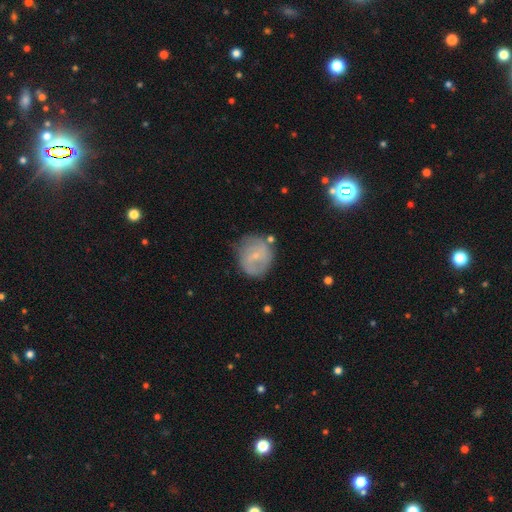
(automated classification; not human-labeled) Q: Smooth or featured?
A: featured or disk (53%); runner-up: smooth (37%)
Q: Edge-on disk?
A: no (97%); runner-up: yes (3%)
Q: Bar?
A: no (46%); runner-up: weak (44%)
Q: Spiral arms?
A: yes (72%); runner-up: no (28%)
Q: Bulge size?
A: small (78%); runner-up: moderate (13%)
Q: Merging?
A: none (67%); runner-up: minor disturbance (22%)